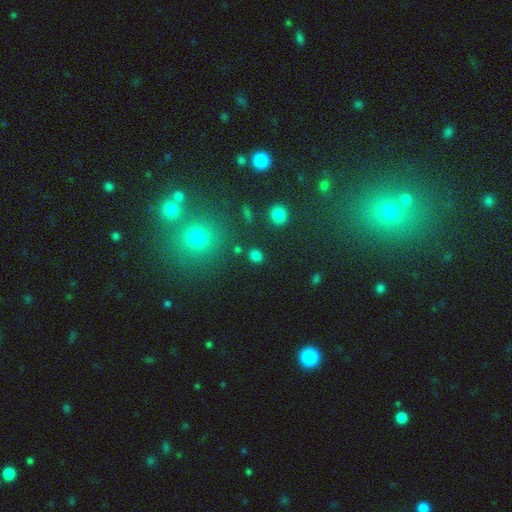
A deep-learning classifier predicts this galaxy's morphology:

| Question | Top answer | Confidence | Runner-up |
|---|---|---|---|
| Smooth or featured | smooth | 79% | star or artifact (17%) |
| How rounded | round | 69% | in between (30%) |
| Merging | none | 85% | minor disturbance (7%) |